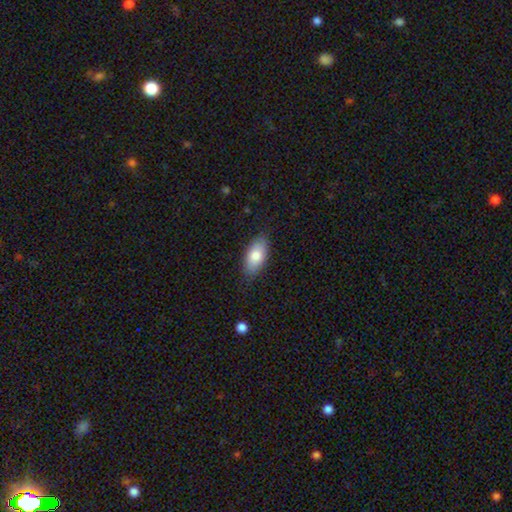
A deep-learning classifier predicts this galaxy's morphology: Smooth or featured? Predicted: smooth (p=0.78). How rounded? Predicted: in between (p=0.90). Merging? Predicted: none (p=0.83).